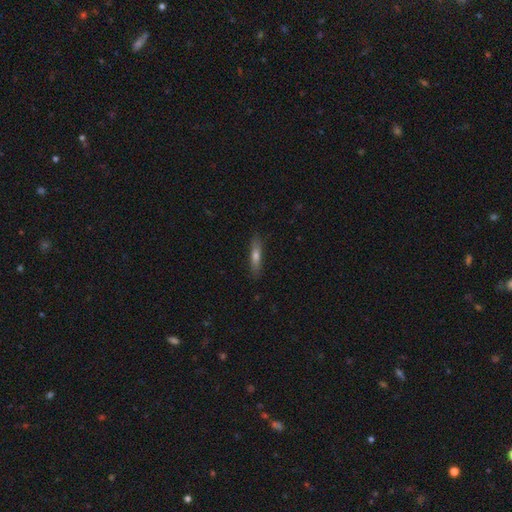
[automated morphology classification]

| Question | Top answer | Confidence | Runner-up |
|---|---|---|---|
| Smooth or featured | smooth | 59% | featured or disk (34%) |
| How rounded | cigar-shaped | 82% | in between (16%) |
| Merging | none | 86% | minor disturbance (10%) |